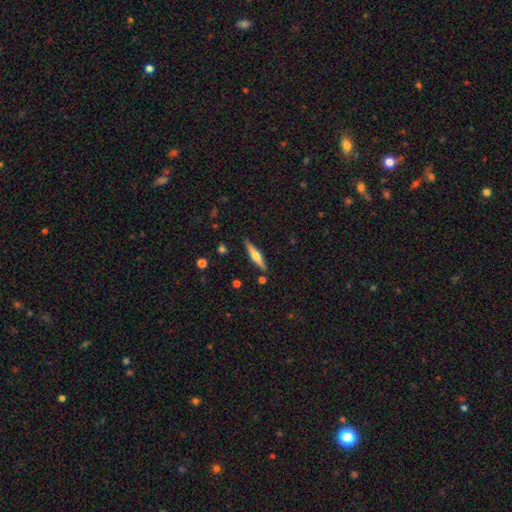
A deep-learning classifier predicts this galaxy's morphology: Q: Smooth or featured?
A: featured or disk (59%); runner-up: smooth (35%)
Q: Edge-on disk?
A: yes (96%); runner-up: no (4%)
Q: Edge-on bulge?
A: rounded (89%); runner-up: boxy (7%)
Q: Merging?
A: none (88%); runner-up: minor disturbance (8%)